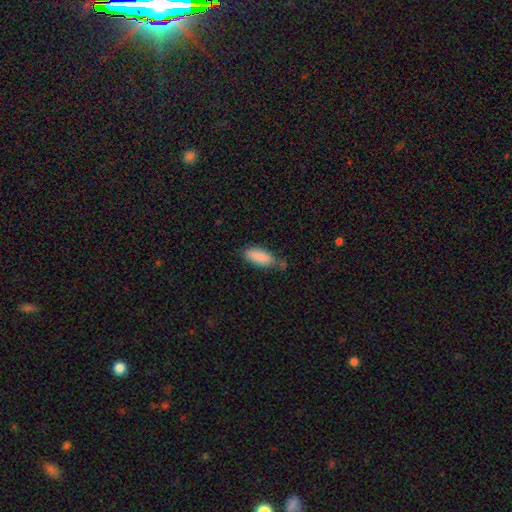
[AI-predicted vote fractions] Smooth or featured: smooth — 87% (star or artifact — 7%)
How rounded: in between — 75% (cigar-shaped — 23%)
Merging: none — 67% (minor disturbance — 22%)